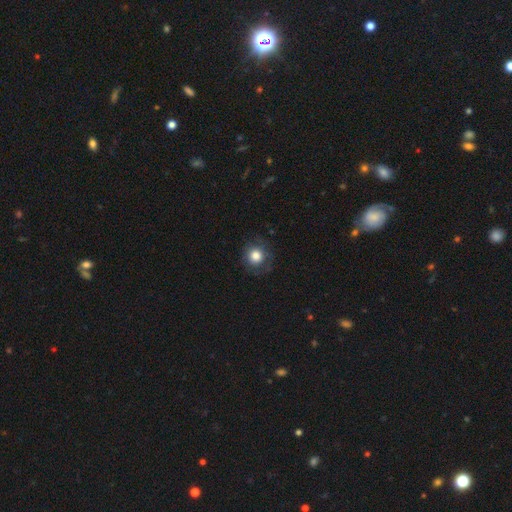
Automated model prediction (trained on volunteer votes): Overall: smooth (79%). How rounded: round (92%). Merging: none (80%).